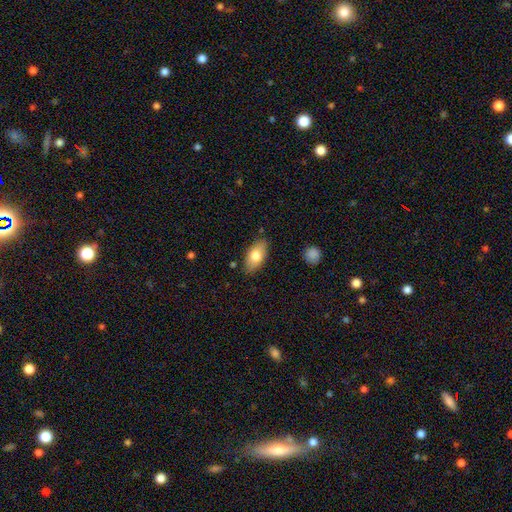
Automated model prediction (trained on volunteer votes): This appears to be a smooth galaxy with no disk features (76%) that is in between round and cigar-shaped (91%). Merging: none (83%).